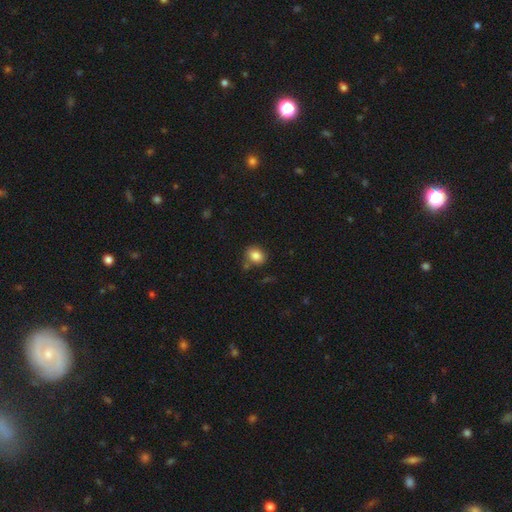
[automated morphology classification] The model was most divided on "how rounded": round: 53%, in between: 46%, cigar-shaped: 1%. More confident: smooth or featured — smooth (84%); merging — none (77%).